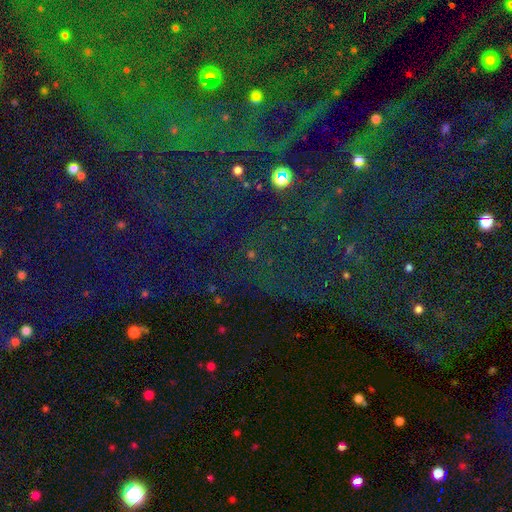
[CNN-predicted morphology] The model was most divided on "smooth or featured": star or artifact: 81%, smooth: 11%, featured or disk: 8%.